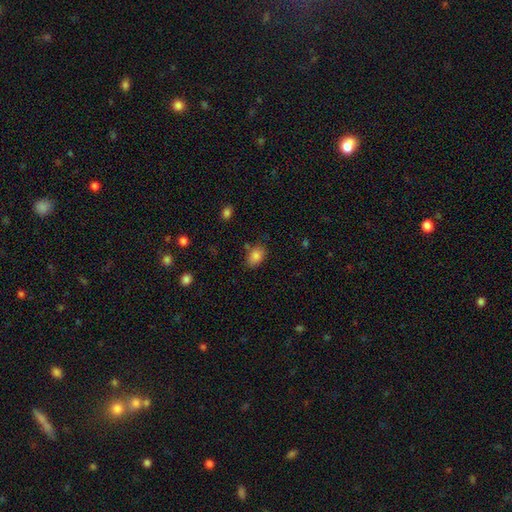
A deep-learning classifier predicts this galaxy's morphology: Smooth or featured? smooth (85%)
How rounded? in between (84%)
Merging? none (74%)